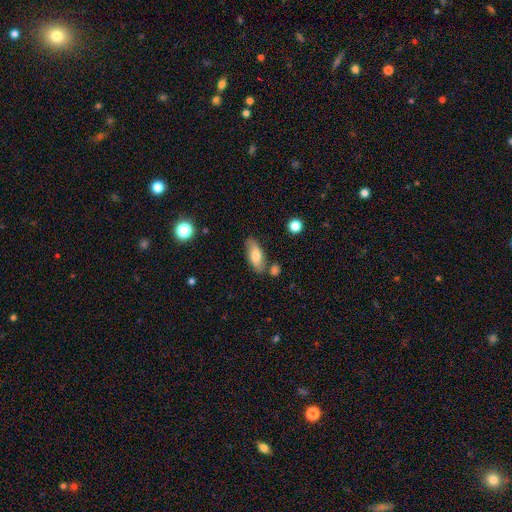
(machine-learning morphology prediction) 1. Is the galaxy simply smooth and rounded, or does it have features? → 70% smooth, 23% featured or disk, 7% star or artifact.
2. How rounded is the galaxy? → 82% in between, 15% cigar-shaped, 3% round.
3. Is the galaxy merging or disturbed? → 74% none, 16% minor disturbance, 7% merger, 3% major disturbance.